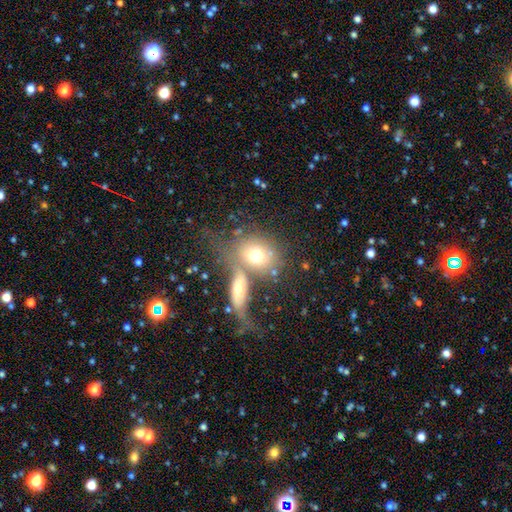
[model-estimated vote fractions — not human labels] Smooth or featured?
  - smooth: 65% *
  - featured or disk: 24%
  - star or artifact: 11%
How rounded?
  - round: 52% *
  - in between: 45%
  - cigar-shaped: 3%
Merging?
  - merger: 43% *
  - none: 34%
  - major disturbance: 12%
  - minor disturbance: 12%